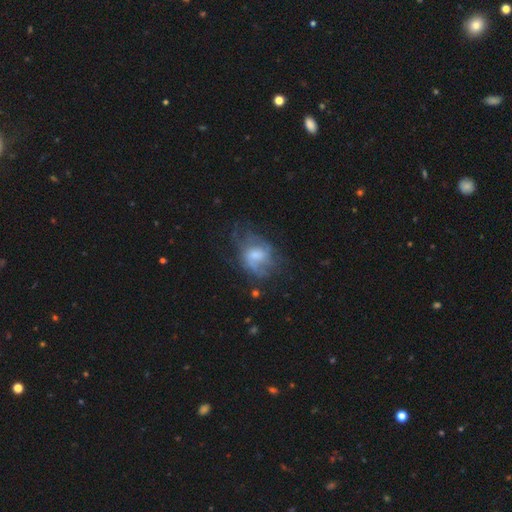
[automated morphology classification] The model was most divided on "spiral arms": yes: 51%, no: 49%. Remaining: edge-on disk — no (97%); bar — no (67%); smooth or featured — featured or disk (52%); bulge size — moderate (45%); merging — none (42%).